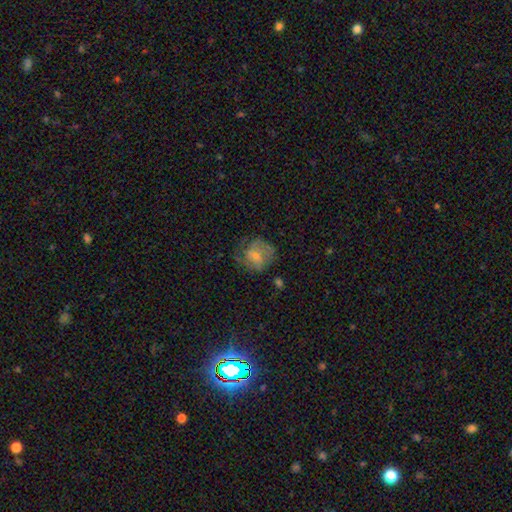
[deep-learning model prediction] Morphology: type=featured or disk (45%); merging=none (61%).